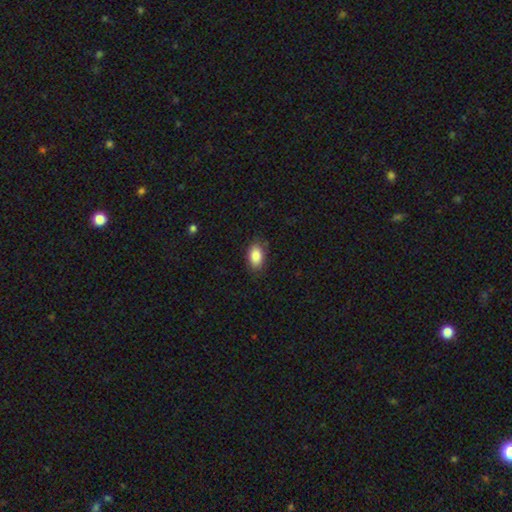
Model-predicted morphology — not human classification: This appears to be a smooth galaxy with no disk features (86%) that is in between round and cigar-shaped (90%). Merging: none (82%).